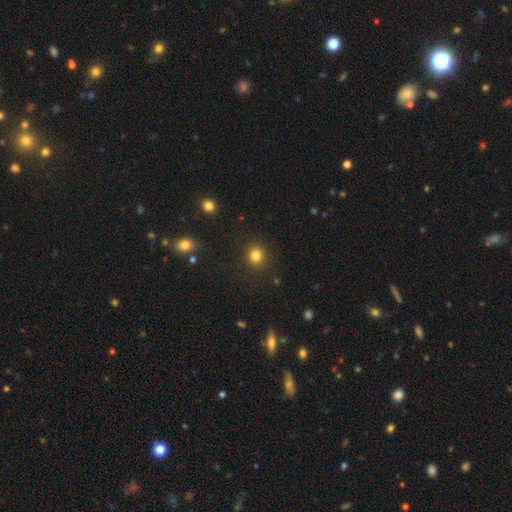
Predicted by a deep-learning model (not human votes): Smooth or featured? Predicted: smooth (p=0.83). How rounded? Predicted: round (p=0.87). Merging? Predicted: none (p=0.90).